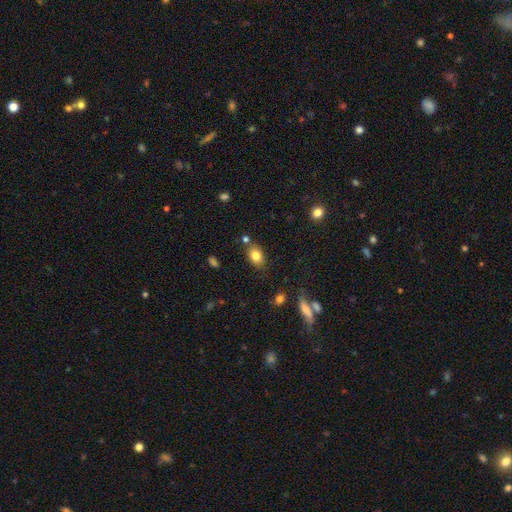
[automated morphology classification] smooth_or_featured: smooth (p=0.81) [alt: star or artifact p=0.09]
how_rounded: in between (p=0.79) [alt: round p=0.20]
merging: none (p=0.77) [alt: minor disturbance p=0.13]